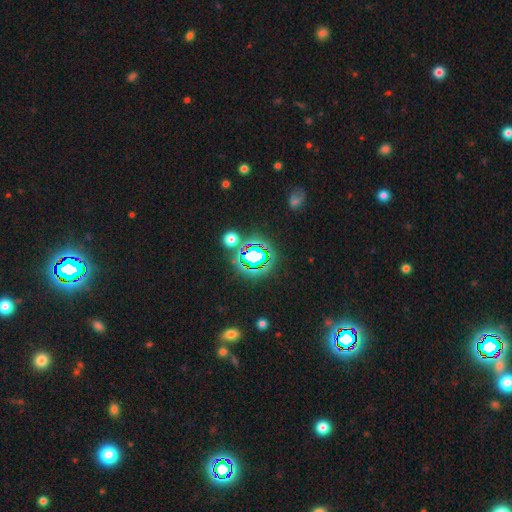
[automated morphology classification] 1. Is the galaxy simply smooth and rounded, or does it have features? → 71% star or artifact, 18% smooth, 11% featured or disk.